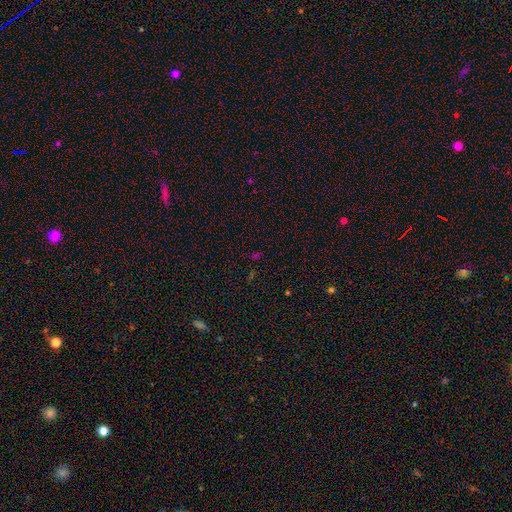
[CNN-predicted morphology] Smooth or featured? Predicted: star or artifact (p=0.56).